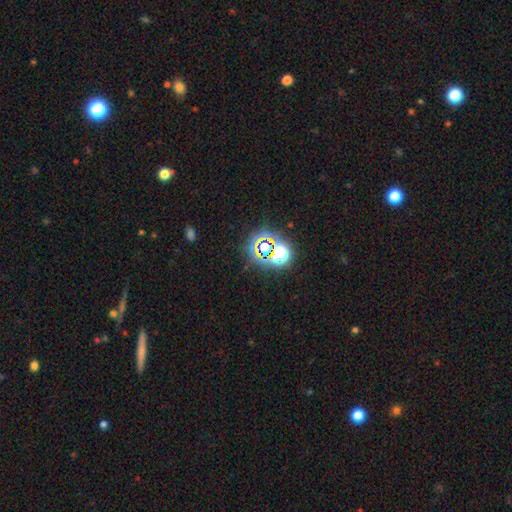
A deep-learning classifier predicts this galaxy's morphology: Smooth or featured? star or artifact (72%)